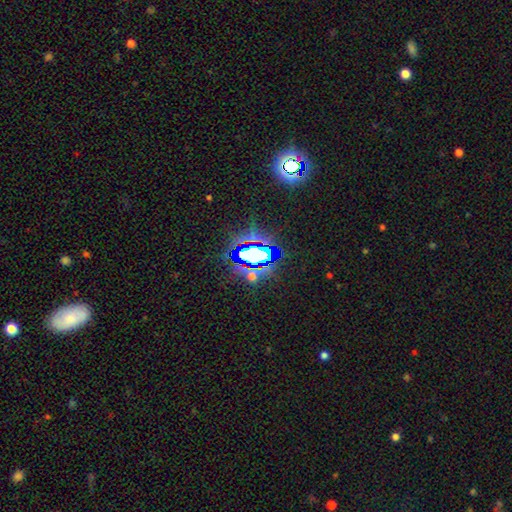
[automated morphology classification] Smooth or featured: star or artifact — 69% (smooth — 19%)